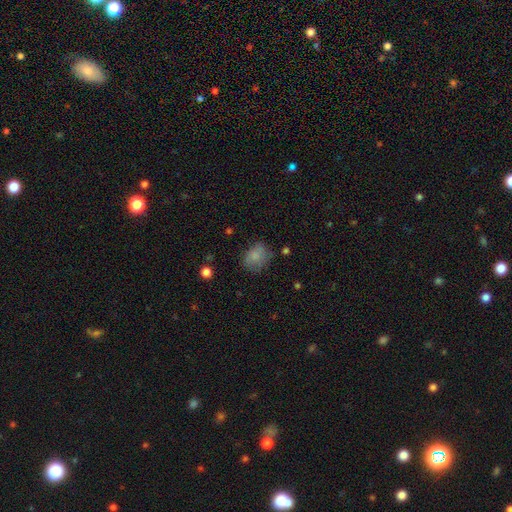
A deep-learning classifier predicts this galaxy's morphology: Q: Smooth or featured?
A: smooth (78%); runner-up: featured or disk (12%)
Q: How rounded?
A: in between (54%); runner-up: round (45%)
Q: Merging?
A: none (60%); runner-up: minor disturbance (27%)